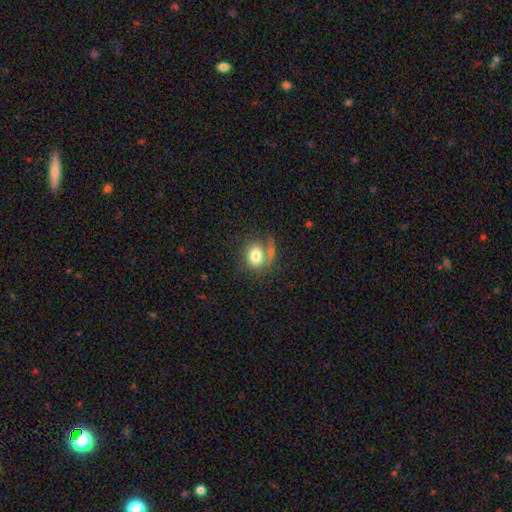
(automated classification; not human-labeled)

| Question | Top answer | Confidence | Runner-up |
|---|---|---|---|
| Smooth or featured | smooth | 76% | featured or disk (16%) |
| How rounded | in between | 61% | round (37%) |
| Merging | none | 45% | merger (26%) |